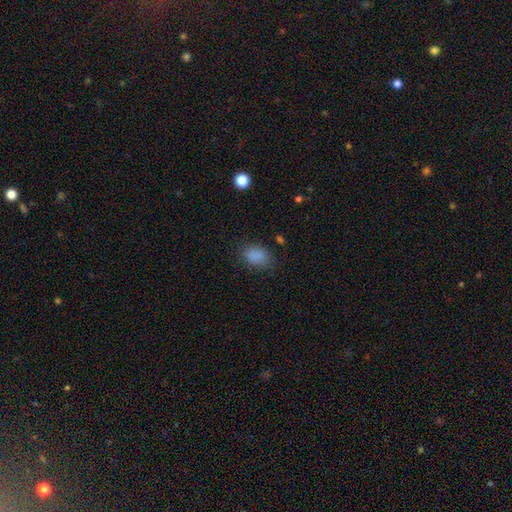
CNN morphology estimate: Q: Smooth or featured?
A: smooth (84%); runner-up: star or artifact (11%)
Q: How rounded?
A: in between (79%); runner-up: round (19%)
Q: Merging?
A: none (77%); runner-up: minor disturbance (16%)